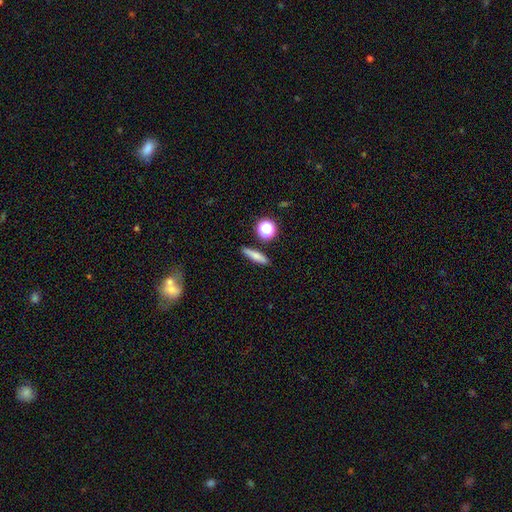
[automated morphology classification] This appears to be a smooth galaxy with no disk features (72%) that is cigar-shaped (72%). Merging: none (85%).